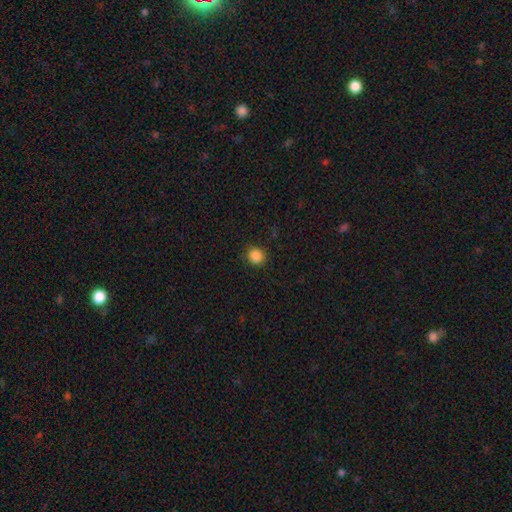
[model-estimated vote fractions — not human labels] smooth_or_featured: smooth (p=0.86) [alt: star or artifact p=0.11]
how_rounded: round (p=0.88) [alt: in between p=0.11]
merging: none (p=0.89) [alt: minor disturbance p=0.08]